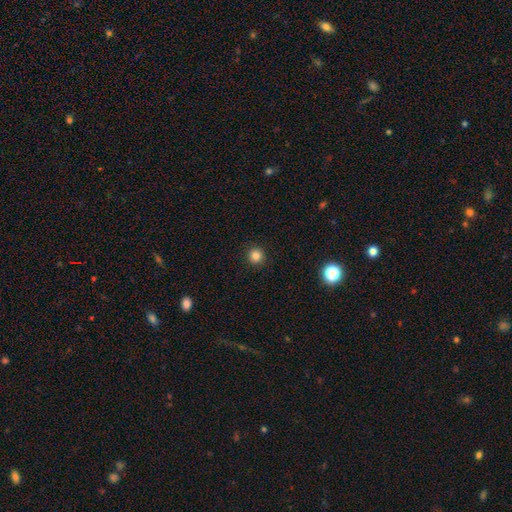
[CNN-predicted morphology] type=smooth (83%); roundness=round (95%); merging=none (93%).